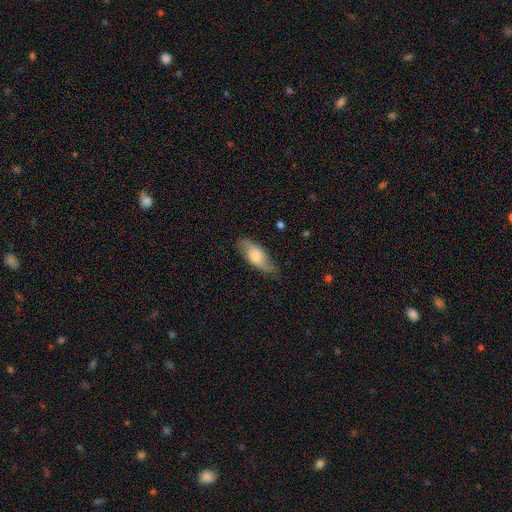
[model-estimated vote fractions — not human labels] Smooth or featured?
  - smooth: 58% *
  - featured or disk: 36%
  - star or artifact: 6%
How rounded?
  - in between: 77% *
  - cigar-shaped: 20%
  - round: 3%
Merging?
  - none: 72% *
  - minor disturbance: 21%
  - major disturbance: 5%
  - merger: 1%